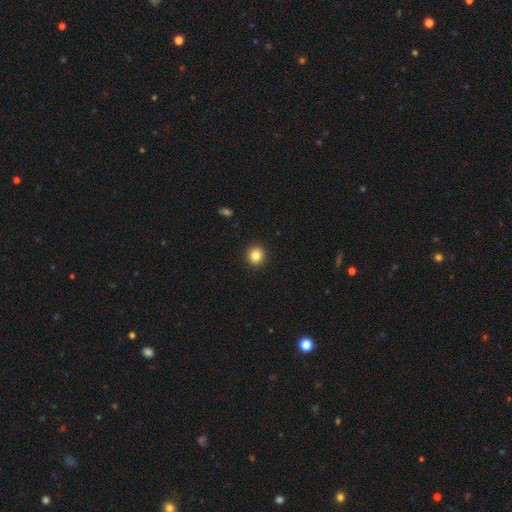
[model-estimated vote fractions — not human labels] A smooth galaxy with no disk features (85%) that is round (92%). Merging: none (93%).